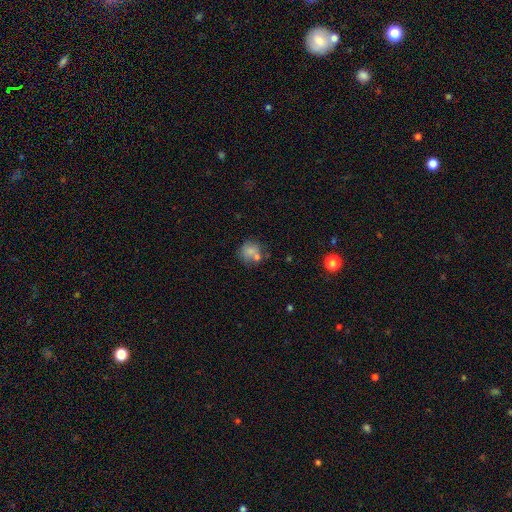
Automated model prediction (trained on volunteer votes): Smooth or featured? Predicted: smooth (p=0.66). How rounded? Predicted: round (p=0.80). Merging? Predicted: none (p=0.58).